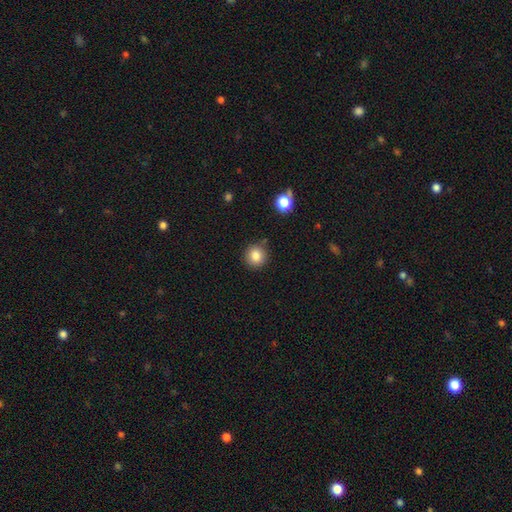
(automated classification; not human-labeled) This is clearly a smooth galaxy (83%). How rounded: clearly round (92%). Merging: clearly none (86%).